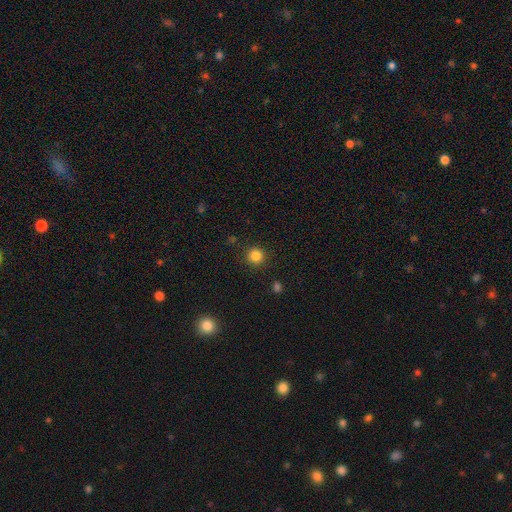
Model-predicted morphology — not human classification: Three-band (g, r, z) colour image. It shows a smooth galaxy with no disk features (84%) that is round (94%). Merging: none (90%).